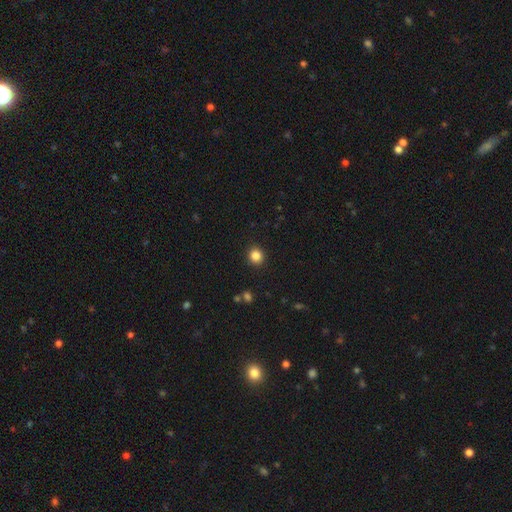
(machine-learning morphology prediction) smooth_or_featured: smooth (p=0.85) [alt: star or artifact p=0.11]
how_rounded: round (p=0.88) [alt: in between p=0.11]
merging: none (p=0.92) [alt: minor disturbance p=0.05]